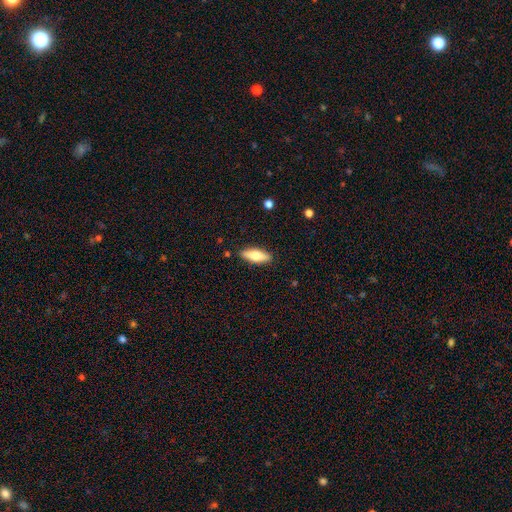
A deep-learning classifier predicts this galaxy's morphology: Smooth or featured?
  - smooth: 63% *
  - featured or disk: 31%
  - star or artifact: 6%
How rounded?
  - in between: 59% *
  - cigar-shaped: 38%
  - round: 3%
Merging?
  - none: 88% *
  - minor disturbance: 9%
  - major disturbance: 2%
  - merger: 1%